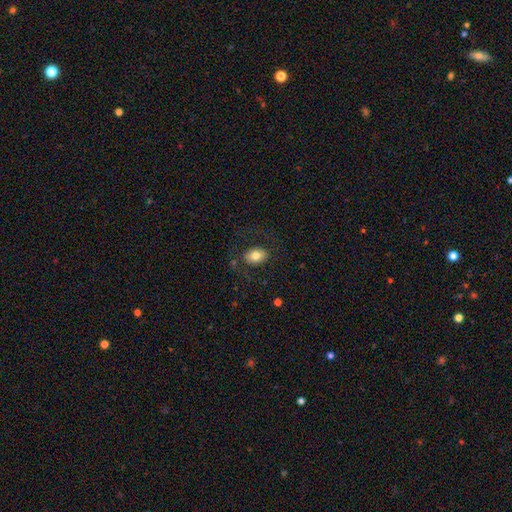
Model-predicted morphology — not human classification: Smooth or featured? Predicted: smooth (p=0.76). How rounded? Predicted: in between (p=0.76). Merging? Predicted: none (p=0.79).